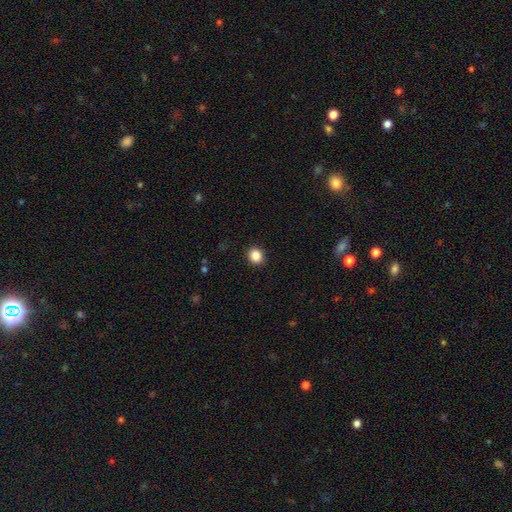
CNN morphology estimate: This is clearly a smooth galaxy (87%). How rounded: likely round (74%). Merging: clearly none (91%).